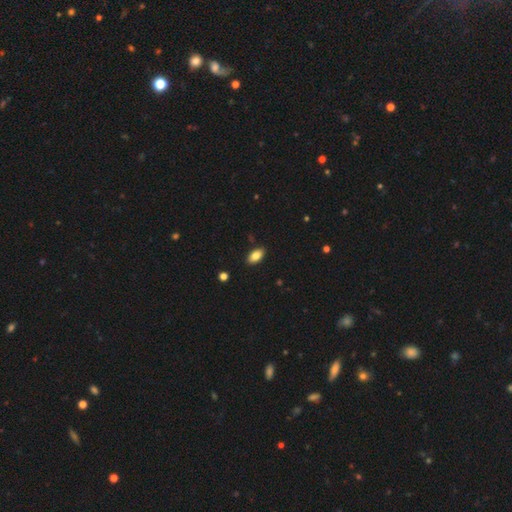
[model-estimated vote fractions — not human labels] This appears to be a smooth galaxy with no disk features (85%) that is in between round and cigar-shaped (93%). Merging: none (89%).